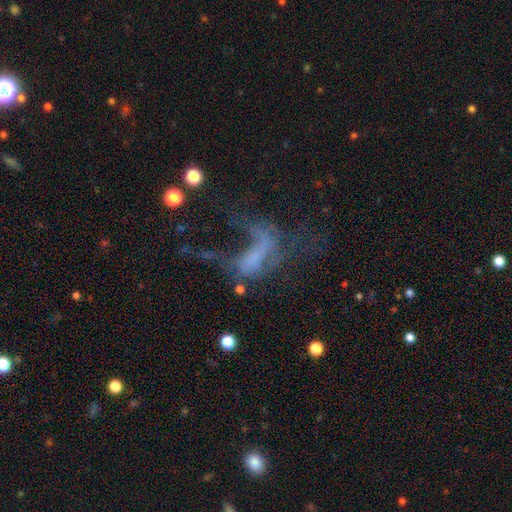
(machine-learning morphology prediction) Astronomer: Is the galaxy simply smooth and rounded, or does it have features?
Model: featured or disk — 52%.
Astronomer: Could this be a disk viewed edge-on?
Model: no — 93%.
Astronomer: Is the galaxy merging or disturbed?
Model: major disturbance — 52%.